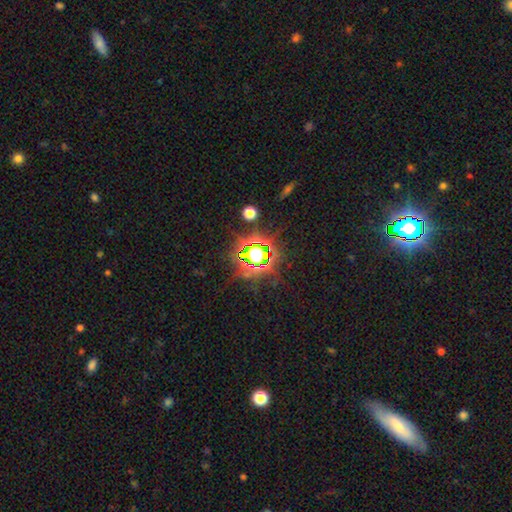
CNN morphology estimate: This is likely a star or artifact rather than a galaxy (71%).